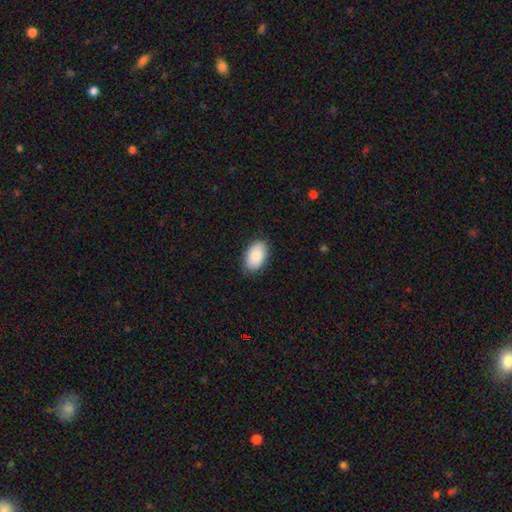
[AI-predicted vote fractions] A smooth galaxy with no disk features (88%) that is in between round and cigar-shaped (93%). Merging: none (85%).